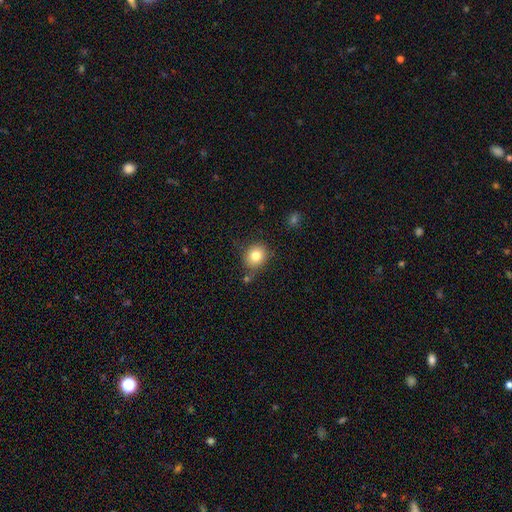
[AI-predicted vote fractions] smooth 80%, star or artifact 10%, featured or disk 9%. Down the decision tree: how rounded — round (73%); merging — none (74%).